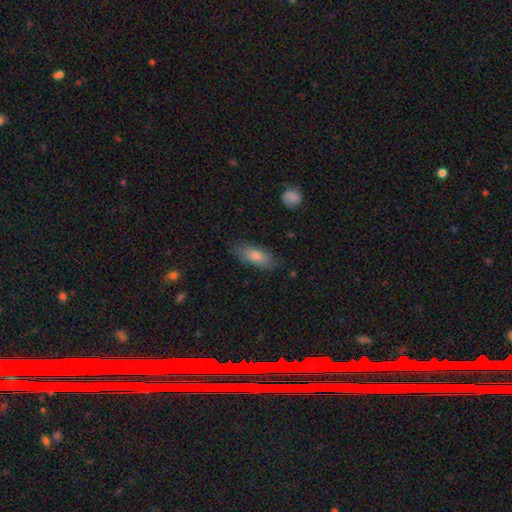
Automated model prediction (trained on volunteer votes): Q: Smooth or featured?
A: smooth (72%); runner-up: featured or disk (21%)
Q: How rounded?
A: in between (70%); runner-up: cigar-shaped (27%)
Q: Merging?
A: none (80%); runner-up: minor disturbance (16%)